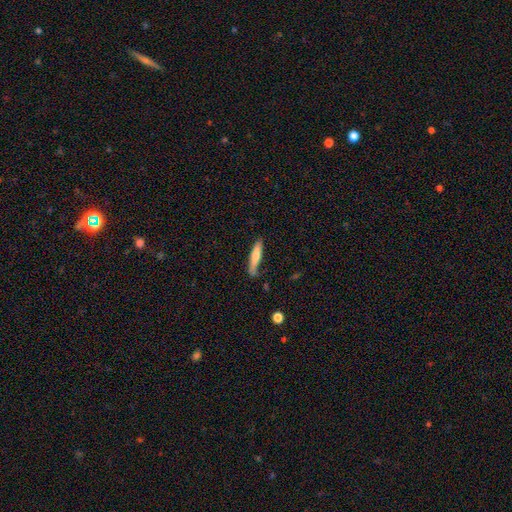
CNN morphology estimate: Smooth or featured? smooth (67%)
How rounded? cigar-shaped (89%)
Merging? none (71%)